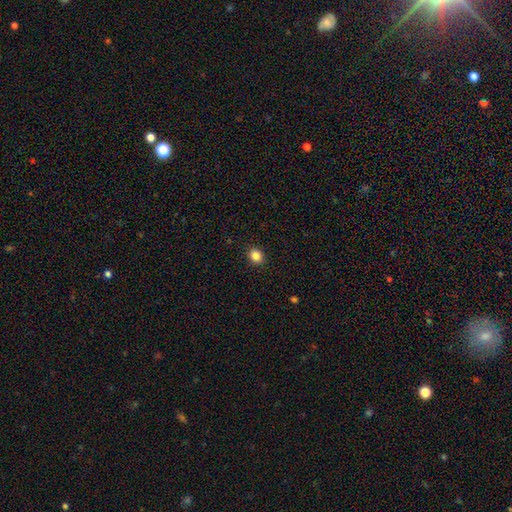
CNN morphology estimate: Q: Smooth or featured?
A: smooth (84%); runner-up: star or artifact (11%)
Q: How rounded?
A: round (63%); runner-up: in between (37%)
Q: Merging?
A: none (91%); runner-up: minor disturbance (6%)